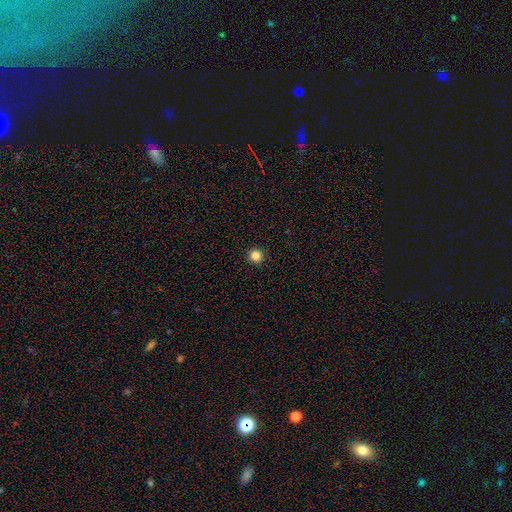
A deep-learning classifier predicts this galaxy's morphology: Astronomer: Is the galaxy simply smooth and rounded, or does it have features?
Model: smooth — 84%.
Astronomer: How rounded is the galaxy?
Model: round — 96%.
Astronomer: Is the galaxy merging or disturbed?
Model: none — 94%.